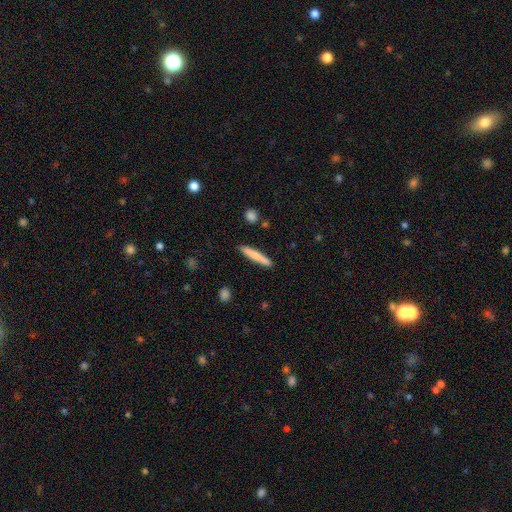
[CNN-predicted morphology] This is likely a smooth galaxy (72%). How rounded: clearly cigar-shaped (94%). Merging: clearly none (88%).